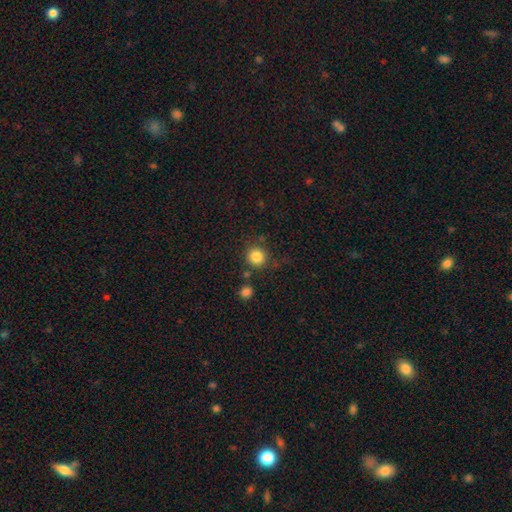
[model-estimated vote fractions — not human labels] This appears to be a smooth galaxy with no disk features (84%) that is round (93%). Merging: none (80%).